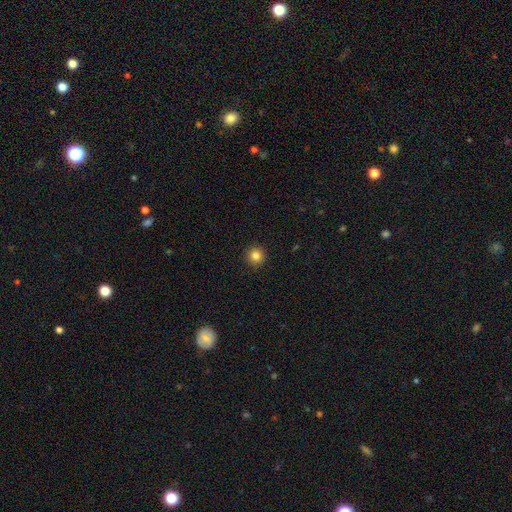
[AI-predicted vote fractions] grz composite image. It shows a smooth galaxy with no disk features (83%) that is round (95%). Merging: none (93%).